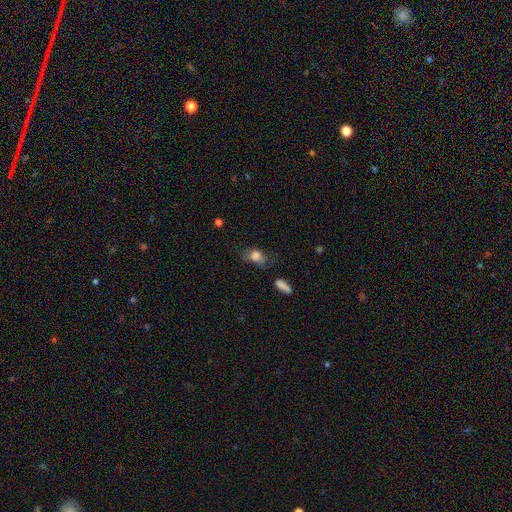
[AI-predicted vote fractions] Smooth or featured? smooth (78%)
How rounded? in between (69%)
Merging? none (46%)